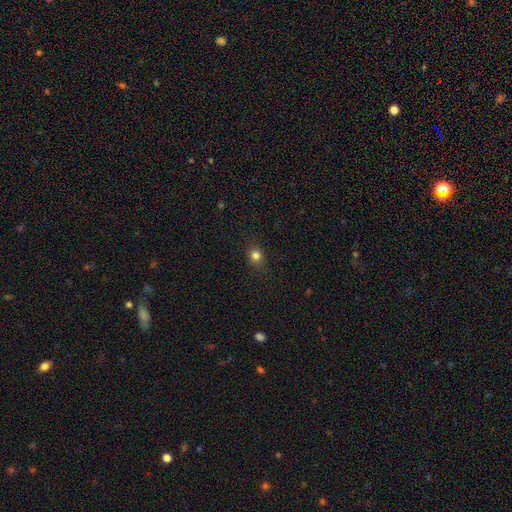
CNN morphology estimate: Smooth or featured: smooth — 80% (star or artifact — 14%)
How rounded: round — 74% (in between — 25%)
Merging: none — 86% (minor disturbance — 10%)